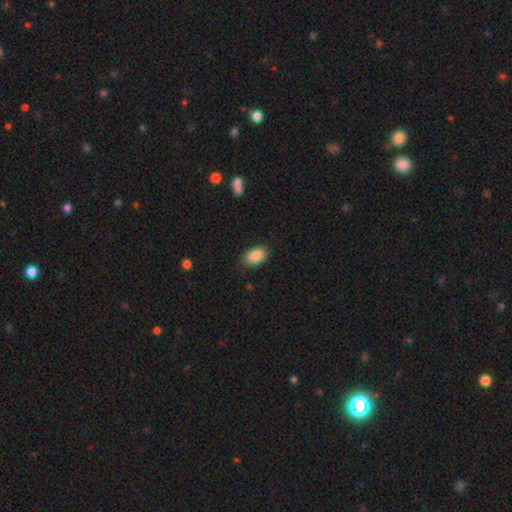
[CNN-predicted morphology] Q: Smooth or featured?
A: smooth (88%); runner-up: star or artifact (7%)
Q: How rounded?
A: in between (91%); runner-up: round (7%)
Q: Merging?
A: none (85%); runner-up: minor disturbance (11%)